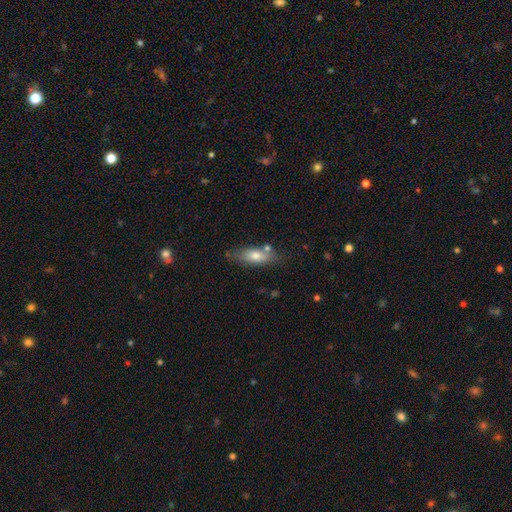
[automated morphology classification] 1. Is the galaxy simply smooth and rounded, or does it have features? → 71% smooth, 22% featured or disk, 7% star or artifact.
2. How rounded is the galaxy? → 72% in between, 25% cigar-shaped, 3% round.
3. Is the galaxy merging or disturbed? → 69% none, 18% minor disturbance, 9% merger, 4% major disturbance.